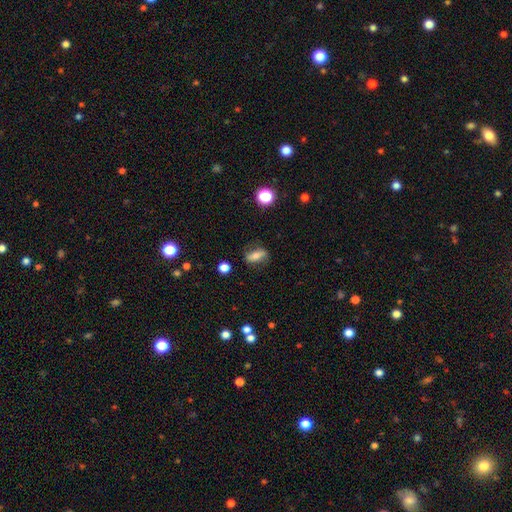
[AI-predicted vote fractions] A smooth galaxy with no disk features (55%) that is in between round and cigar-shaped (68%). Merging: none (75%).